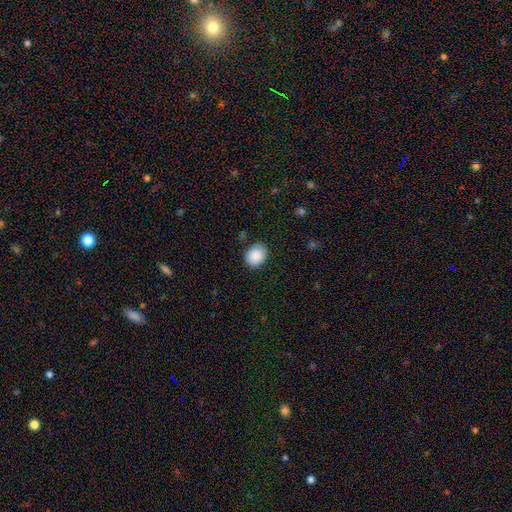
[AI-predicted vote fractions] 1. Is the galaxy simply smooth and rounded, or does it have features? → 89% smooth, 7% star or artifact, 4% featured or disk.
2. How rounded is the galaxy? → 57% round, 42% in between, 1% cigar-shaped.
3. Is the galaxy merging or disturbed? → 86% none, 10% minor disturbance, 2% major disturbance, 1% merger.